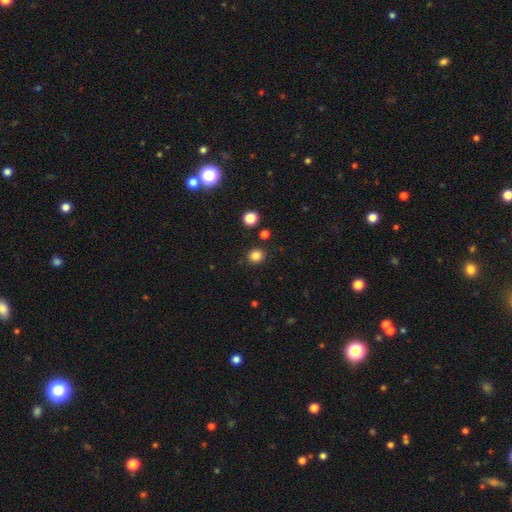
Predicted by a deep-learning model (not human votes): Morphology: type=smooth (84%); roundness=round (80%); merging=none (88%).